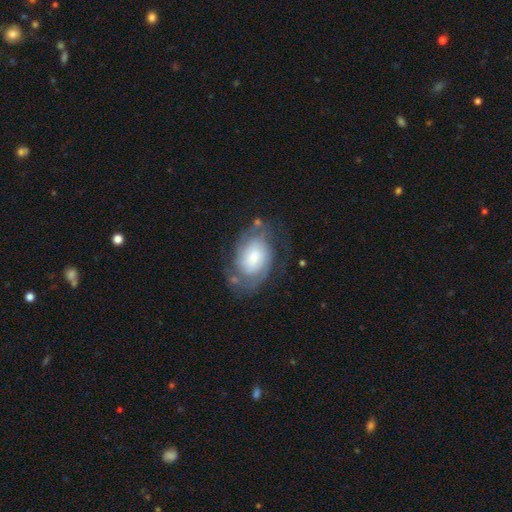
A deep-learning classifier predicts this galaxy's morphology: A featured or disk galaxy (69%) with no bar (67%), 2 (49%) tight (53%) spiral arms (86%) and a moderate central bulge (36%, tied with small).

Vote fractions:
- Smooth or featured? featured or disk: 69% / smooth: 23% / star or artifact: 8%
- Edge-on disk? no: 96% / yes: 4%
- Bar? no: 67% / weak: 27% / strong: 6%
- Spiral arms? yes: 86% / no: 14%
- Spiral winding? tight: 53% / medium: 34% / loose: 13%
- Spiral arm count? 2: 49% / can't tell: 32% / 3: 8% / 1: 5% / 4: 3% / more than 4: 3%
- Bulge size? moderate: 36% (tied) / small: 36% (tied) / large: 20% / none: 4% / dominant: 4%
- Merging? none: 64% / minor disturbance: 20% / major disturbance: 13% / merger: 3%